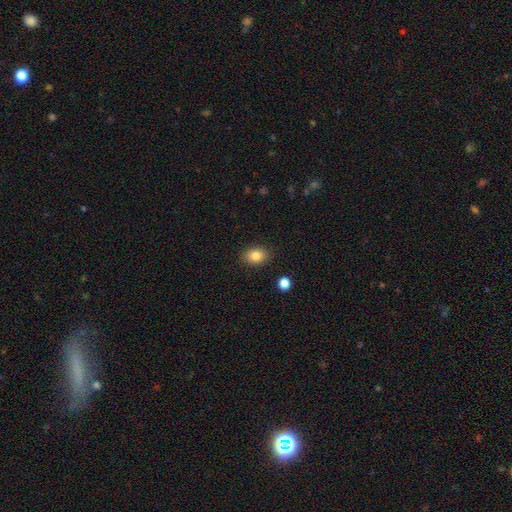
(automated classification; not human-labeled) A smooth galaxy with no disk features (84%) that is in between round and cigar-shaped (72%). Merging: none (86%).